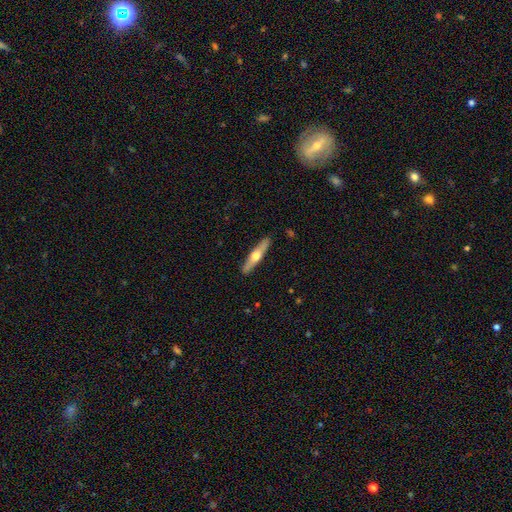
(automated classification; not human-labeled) smooth_or_featured: featured or disk (p=0.51) [alt: smooth p=0.44]
disk_edge_on: yes (p=0.91) [alt: no p=0.09]
merging: none (p=0.91) [alt: minor disturbance p=0.07]